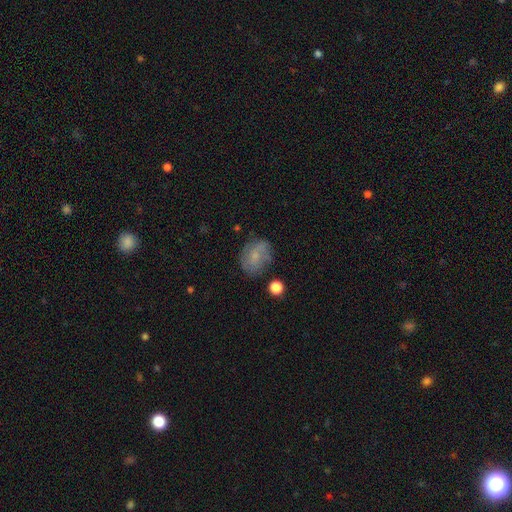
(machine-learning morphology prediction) Smooth or featured?
  - smooth: 52% *
  - featured or disk: 37%
  - star or artifact: 10%
How rounded?
  - in between: 56% *
  - round: 42%
  - cigar-shaped: 2%
Merging?
  - none: 67% *
  - minor disturbance: 22%
  - major disturbance: 8%
  - merger: 3%